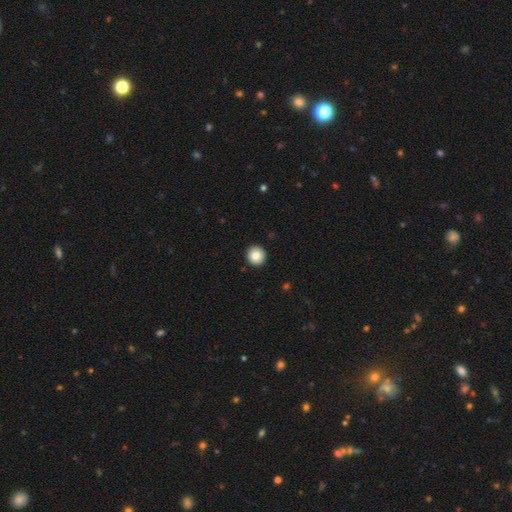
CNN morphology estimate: type=smooth (82%); roundness=round (95%); merging=none (93%).